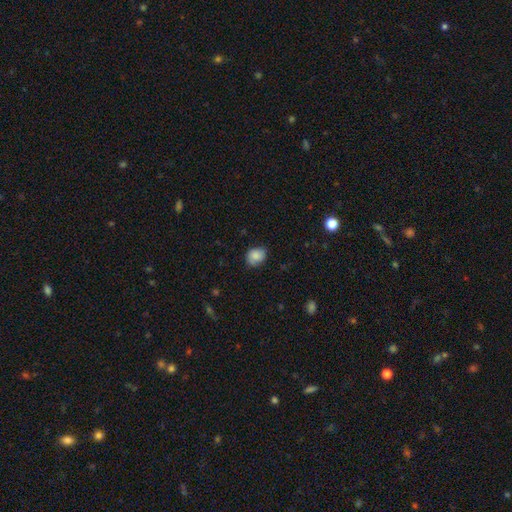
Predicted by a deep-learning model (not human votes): Smooth or featured? smooth (81%)
How rounded? in between (50%)
Merging? none (73%)